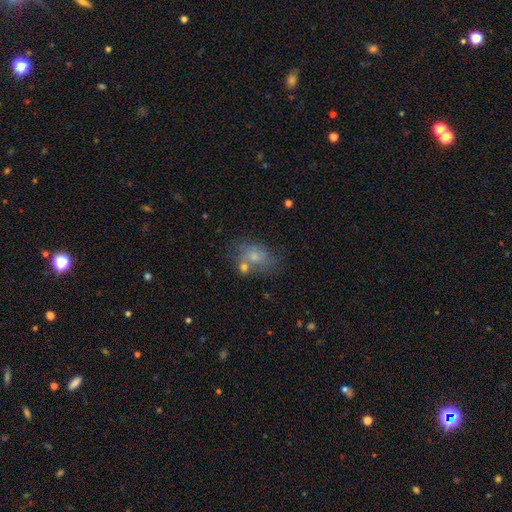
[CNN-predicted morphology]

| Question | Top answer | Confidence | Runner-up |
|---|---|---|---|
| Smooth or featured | smooth | 65% | featured or disk (24%) |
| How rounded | in between | 65% | round (34%) |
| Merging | none | 43% | merger (23%) |